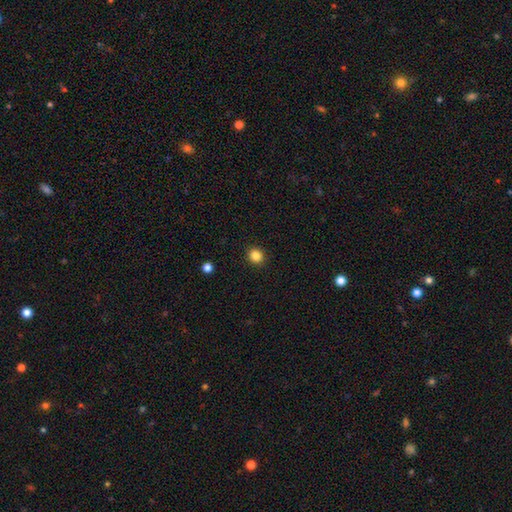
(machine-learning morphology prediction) smooth 85%, star or artifact 11%, featured or disk 4%. Down the decision tree: how rounded — round (81%); merging — none (92%).